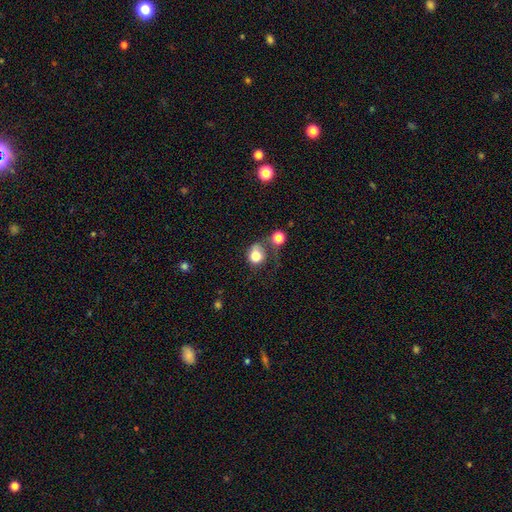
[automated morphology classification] Q: Smooth or featured?
A: smooth (76%); runner-up: featured or disk (14%)
Q: How rounded?
A: round (69%); runner-up: in between (30%)
Q: Merging?
A: none (30%); tied with: major disturbance (30%)